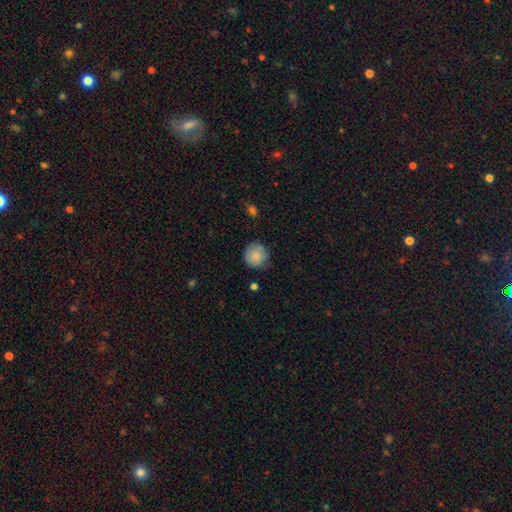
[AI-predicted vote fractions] smooth_or_featured: smooth (p=0.84) [alt: featured or disk p=0.08]
how_rounded: round (p=0.92) [alt: in between p=0.07]
merging: none (p=0.77) [alt: minor disturbance p=0.18]